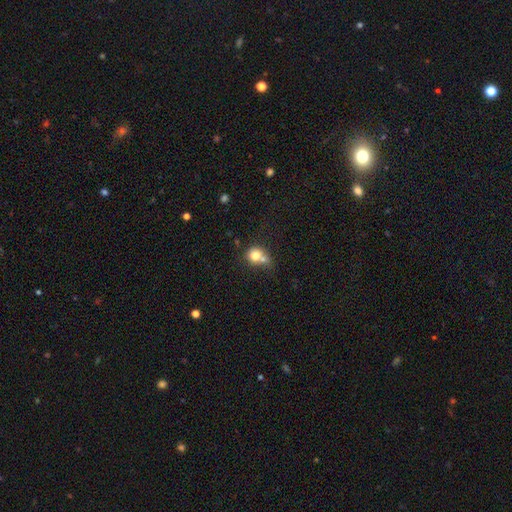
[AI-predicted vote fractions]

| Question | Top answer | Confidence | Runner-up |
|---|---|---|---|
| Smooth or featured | smooth | 75% | featured or disk (14%) |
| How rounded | round | 79% | in between (20%) |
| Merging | merger | 46% | none (36%) |